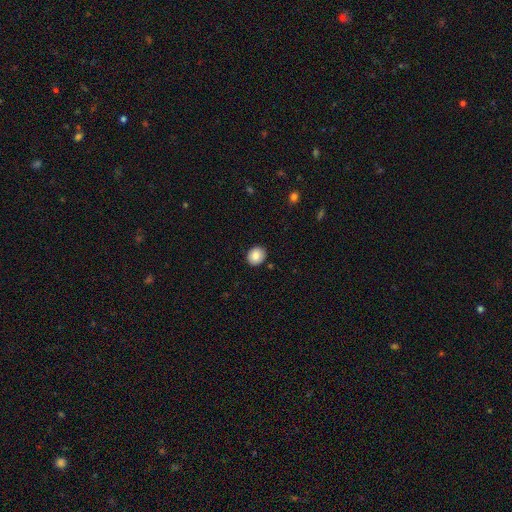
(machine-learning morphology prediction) Q: Smooth or featured?
A: smooth (85%); runner-up: star or artifact (8%)
Q: How rounded?
A: round (71%); runner-up: in between (28%)
Q: Merging?
A: none (90%); runner-up: minor disturbance (7%)